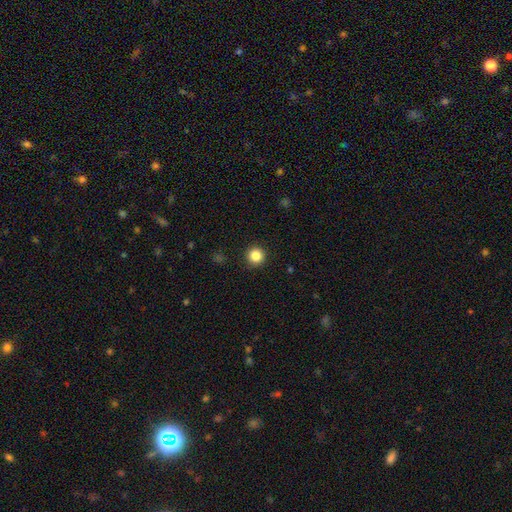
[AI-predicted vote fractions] Smooth or featured? smooth (85%)
How rounded? round (96%)
Merging? none (93%)